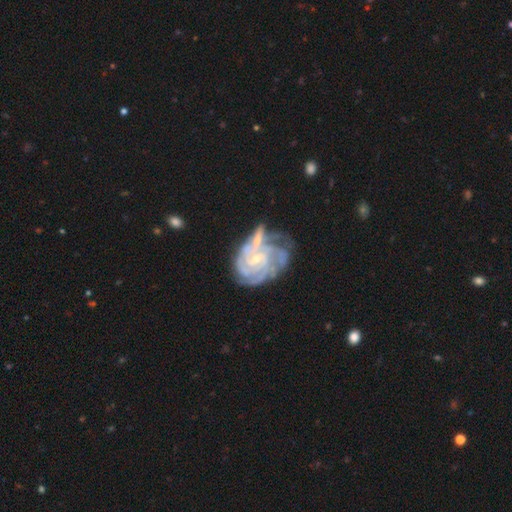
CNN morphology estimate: Smooth or featured: featured or disk — 85% (smooth — 8%)
Edge-on disk: no — 98% (yes — 2%)
Bar: no — 62% (weak — 30%)
Spiral arms: yes — 95% (no — 5%)
Spiral winding: tight — 69% (medium — 25%)
Spiral arm count: can't tell — 30% (4 — 25%)
Bulge size: small — 72% (moderate — 21%)
Merging: none — 40% (merger — 23%)